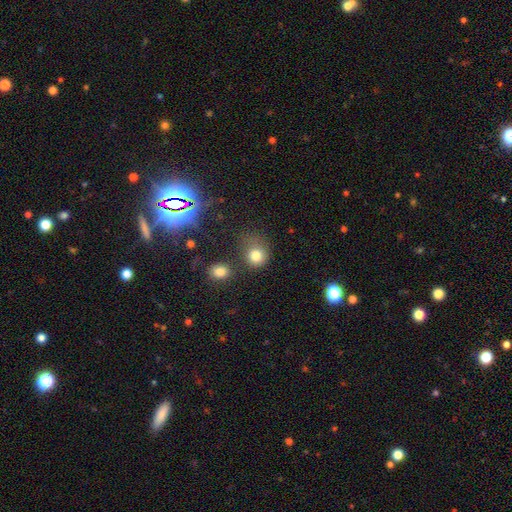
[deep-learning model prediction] A smooth galaxy with no disk features (78%) that is round (75%).

Vote fractions:
- Smooth or featured? smooth: 78% / star or artifact: 14% / featured or disk: 8%
- How rounded? round: 75% / in between: 24% / cigar-shaped: 1%
- Merging? none: 55% / minor disturbance: 23% / major disturbance: 12% / merger: 10%